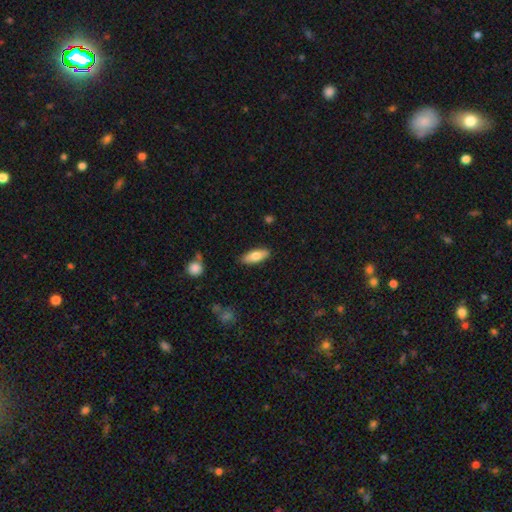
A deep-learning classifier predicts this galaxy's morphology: smooth_or_featured: smooth (p=0.74) [alt: featured or disk p=0.19]
how_rounded: in between (p=0.68) [alt: cigar-shaped p=0.29]
merging: none (p=0.86) [alt: minor disturbance p=0.11]